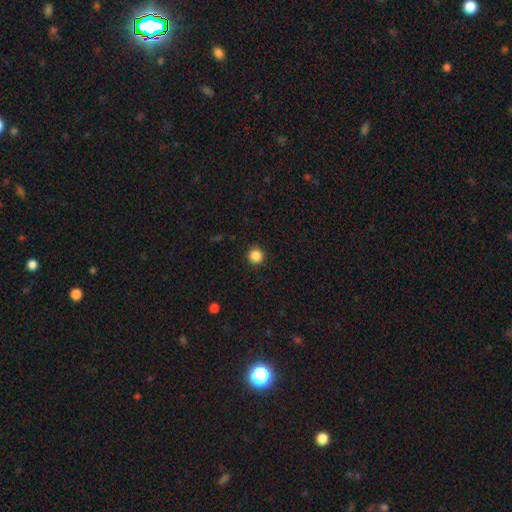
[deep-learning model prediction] This is clearly a smooth galaxy (86%). How rounded: clearly round (95%). Merging: clearly none (92%).